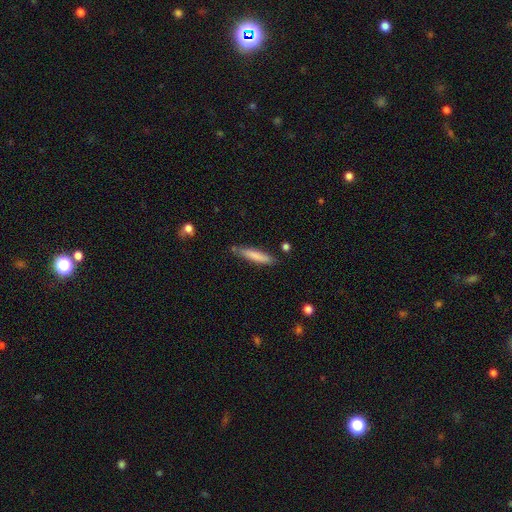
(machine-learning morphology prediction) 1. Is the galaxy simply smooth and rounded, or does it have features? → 79% smooth, 15% featured or disk, 6% star or artifact.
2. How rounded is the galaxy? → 87% cigar-shaped, 11% in between, 1% round.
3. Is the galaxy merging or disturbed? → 77% none, 16% minor disturbance, 4% merger, 3% major disturbance.